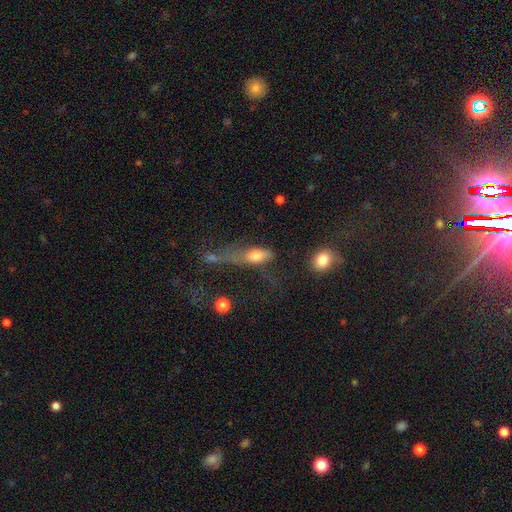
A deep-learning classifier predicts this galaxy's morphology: smooth 63%, featured or disk 25%, star or artifact 12%. Down the decision tree: how rounded — in between (60%); merging — major disturbance (40%).